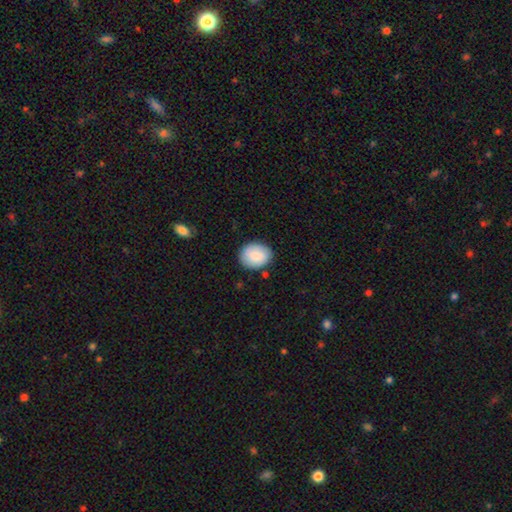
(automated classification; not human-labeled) A smooth galaxy with no disk features (84%) that is round (53%).

Vote fractions:
- Smooth or featured? smooth: 84% / featured or disk: 9% / star or artifact: 7%
- How rounded? round: 53% / in between: 47% / cigar-shaped: 1%
- Merging? none: 83% / minor disturbance: 12% / major disturbance: 3% / merger: 2%